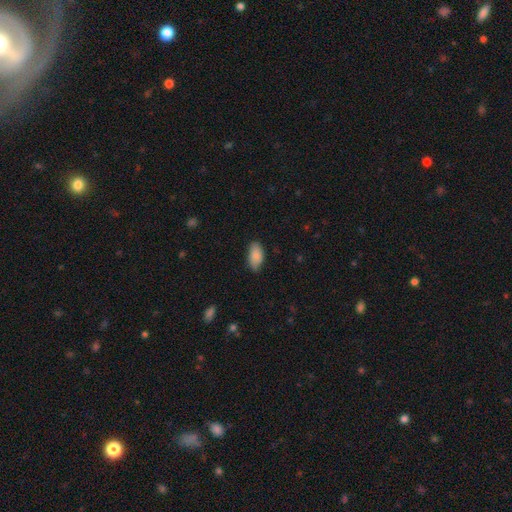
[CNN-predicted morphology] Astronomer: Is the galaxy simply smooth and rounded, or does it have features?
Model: smooth — 88%.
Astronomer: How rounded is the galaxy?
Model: in between — 93%.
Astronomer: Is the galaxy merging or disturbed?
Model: none — 77%.